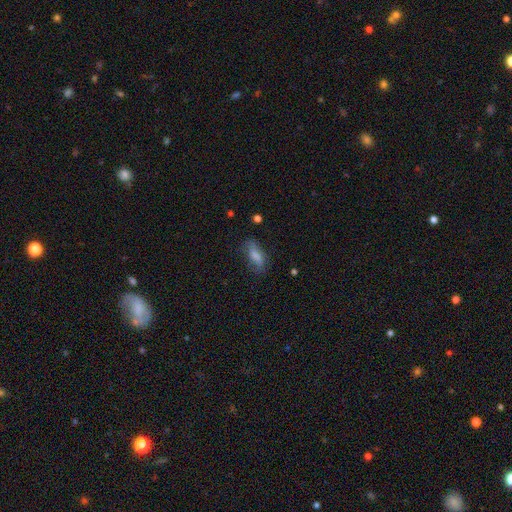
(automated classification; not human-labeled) This is likely a smooth galaxy (72%). How rounded: likely in between (67%). Merging: likely none (61%).